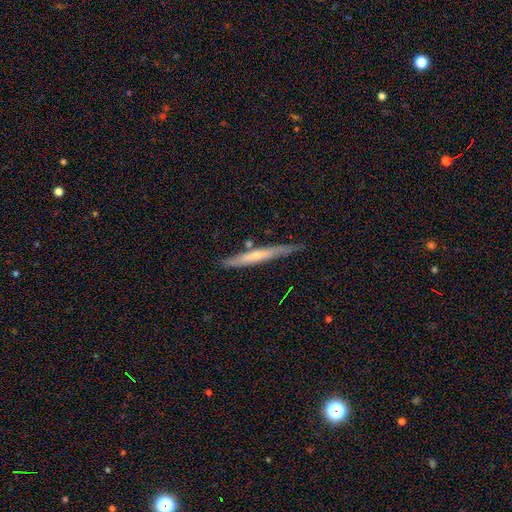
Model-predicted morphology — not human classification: This is possibly a smooth galaxy (48%). Merging: likely none (76%).